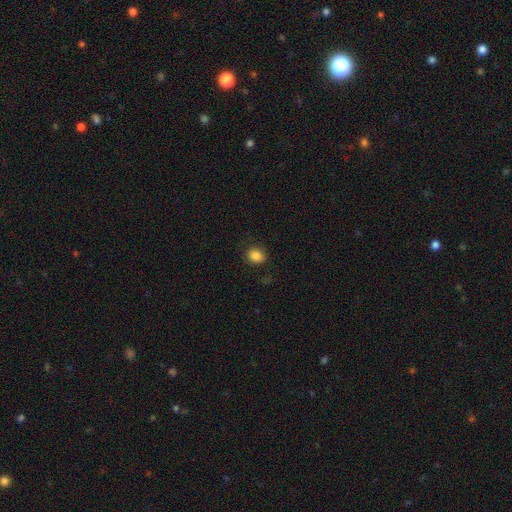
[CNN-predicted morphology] Smooth or featured: smooth — 85% (star or artifact — 10%)
How rounded: round — 65% (in between — 34%)
Merging: none — 85% (minor disturbance — 10%)